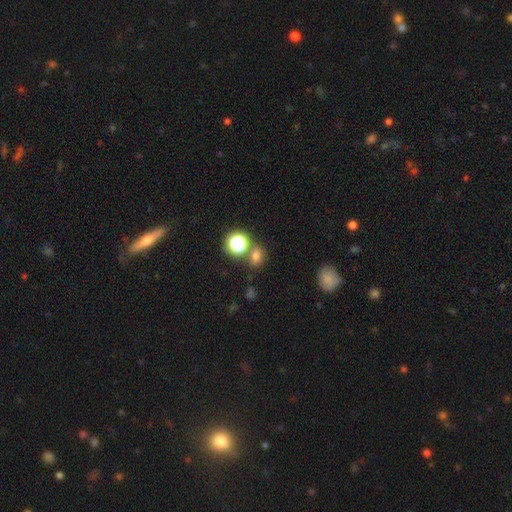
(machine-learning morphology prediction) smooth 67%, star or artifact 25%, featured or disk 8%. Down the decision tree: how rounded — round (55%); merging — none (67%).